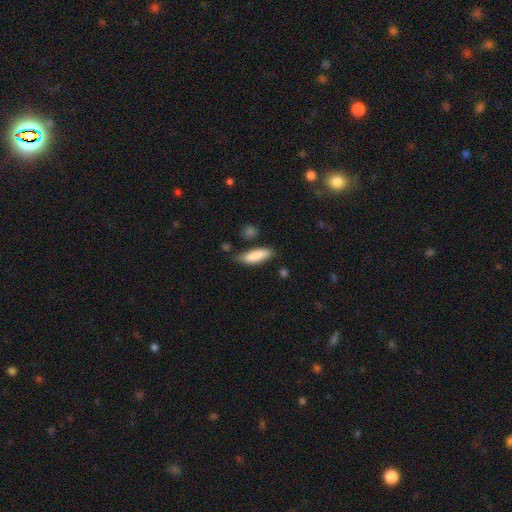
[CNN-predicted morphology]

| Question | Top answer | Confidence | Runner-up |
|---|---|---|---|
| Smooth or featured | smooth | 85% | featured or disk (9%) |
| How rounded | cigar-shaped | 54% | in between (44%) |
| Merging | none | 72% | minor disturbance (20%) |